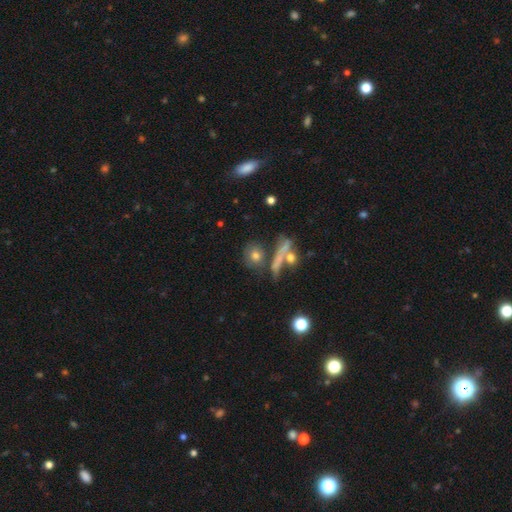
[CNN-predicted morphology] This is likely a smooth galaxy (69%). How rounded: likely round (66%). Merging: likely none (60%).